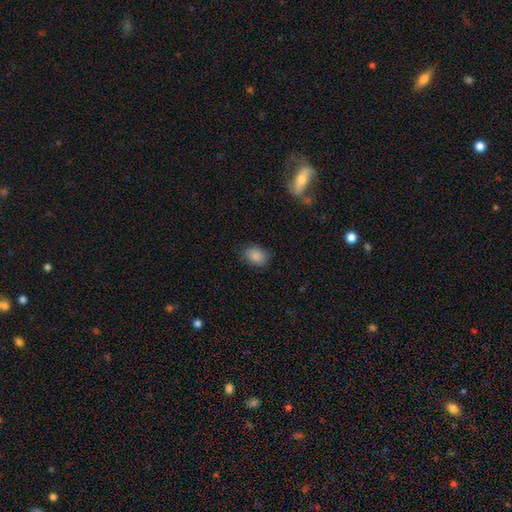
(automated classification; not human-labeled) Smooth or featured? Predicted: smooth (p=0.87). How rounded? Predicted: in between (p=0.65). Merging? Predicted: none (p=0.81).